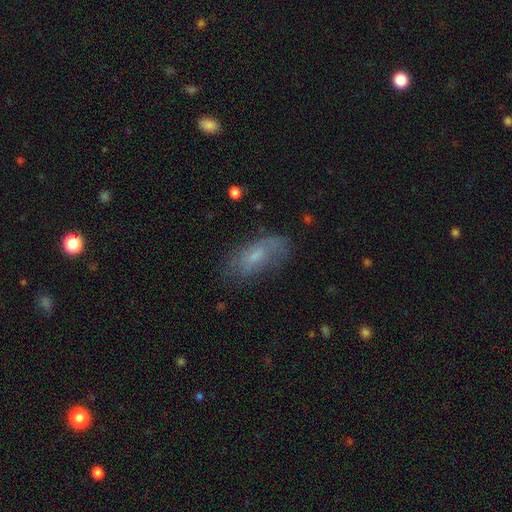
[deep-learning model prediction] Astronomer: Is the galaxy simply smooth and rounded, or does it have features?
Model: smooth — 56% (runner-up: featured or disk, 35%).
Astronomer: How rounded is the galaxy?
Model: in between — 81%.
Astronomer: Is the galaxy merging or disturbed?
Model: none — 64%.